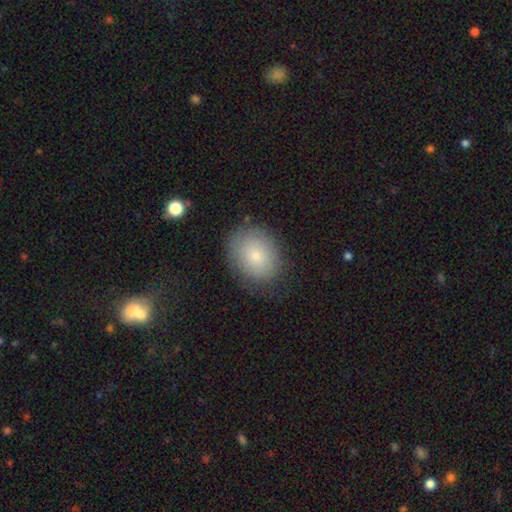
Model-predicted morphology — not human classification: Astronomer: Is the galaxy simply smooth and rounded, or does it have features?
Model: smooth — 79%.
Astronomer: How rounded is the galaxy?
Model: in between — 50% (runner-up: round, 49%).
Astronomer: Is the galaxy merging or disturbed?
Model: none — 77%.